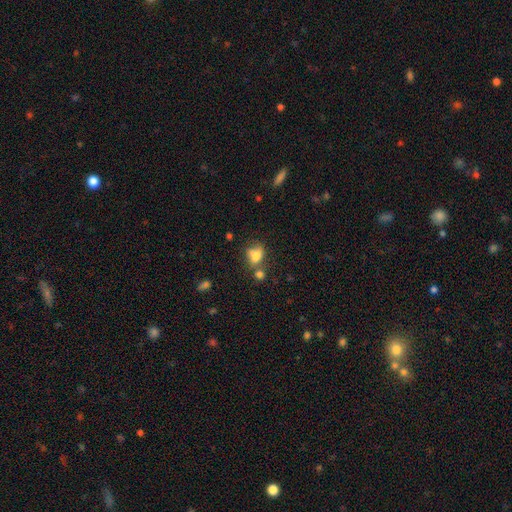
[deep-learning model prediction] A smooth galaxy with no disk features (70%) that is in between round and cigar-shaped (66%).

Vote fractions:
- Smooth or featured? smooth: 70% / featured or disk: 17% / star or artifact: 13%
- How rounded? in between: 66% / round: 31% / cigar-shaped: 3%
- Merging? merger: 33% (tied) / none: 33% (tied) / minor disturbance: 20% / major disturbance: 13%